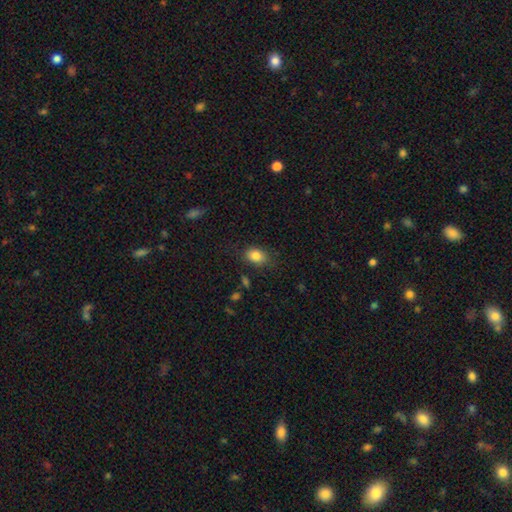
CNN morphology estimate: Smooth or featured?
  - smooth: 83% *
  - star or artifact: 10%
  - featured or disk: 7%
How rounded?
  - in between: 73% *
  - round: 26%
  - cigar-shaped: 1%
Merging?
  - none: 80% *
  - minor disturbance: 15%
  - major disturbance: 4%
  - merger: 2%